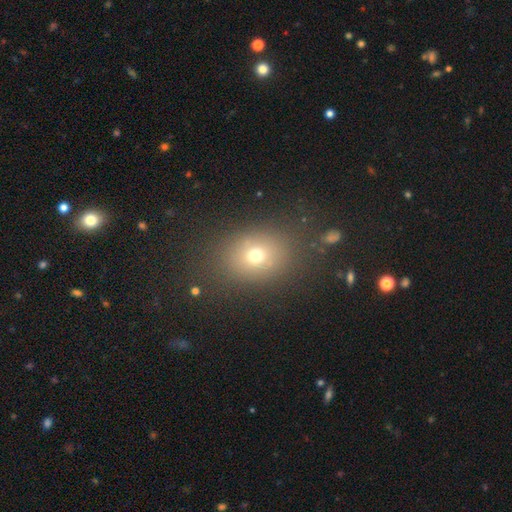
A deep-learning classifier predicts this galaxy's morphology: A smooth galaxy with no disk features (70%) that is in between round and cigar-shaped (51%).

Vote fractions:
- Smooth or featured? smooth: 70% / star or artifact: 17% / featured or disk: 13%
- How rounded? in between: 51% / round: 48% / cigar-shaped: 1%
- Merging? none: 79% / minor disturbance: 12% / major disturbance: 7% / merger: 3%